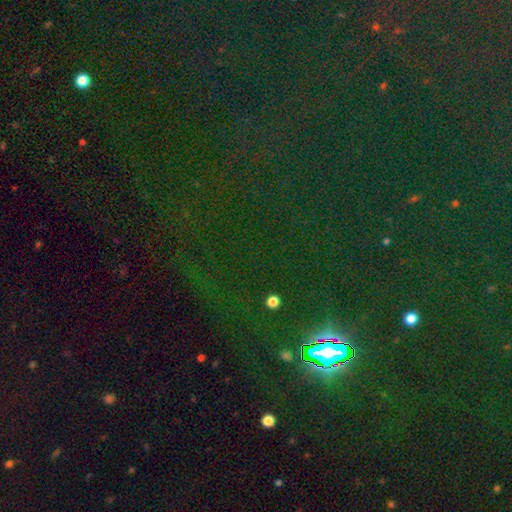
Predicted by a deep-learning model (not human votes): Smooth or featured?
  - star or artifact: 84% *
  - smooth: 9%
  - featured or disk: 7%